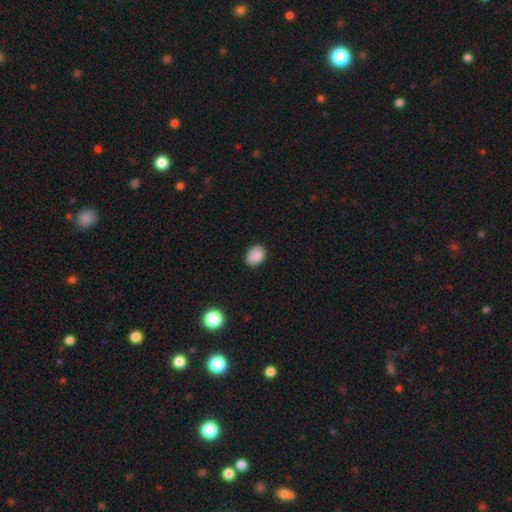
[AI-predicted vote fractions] Overall: smooth (86%). How rounded: in between (73%). Merging: none (81%).